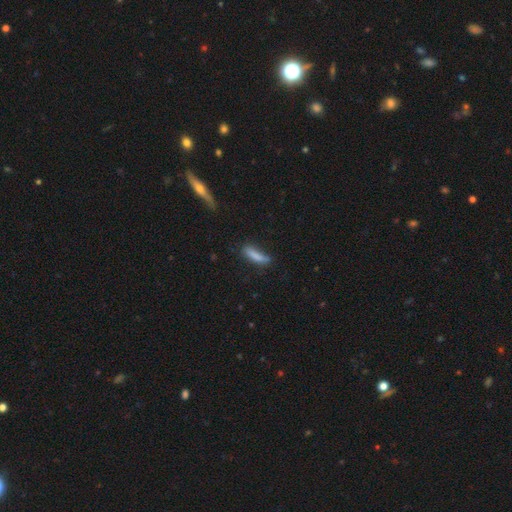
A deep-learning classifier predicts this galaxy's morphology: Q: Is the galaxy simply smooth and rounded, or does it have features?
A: smooth — 81%.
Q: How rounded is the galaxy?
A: cigar-shaped — 75%.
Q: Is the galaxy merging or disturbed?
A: none — 63%.